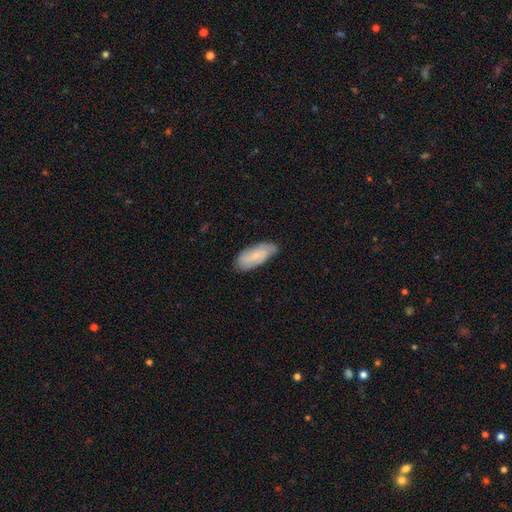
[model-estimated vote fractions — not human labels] Smooth or featured? smooth (55%)
How rounded? in between (83%)
Merging? none (75%)